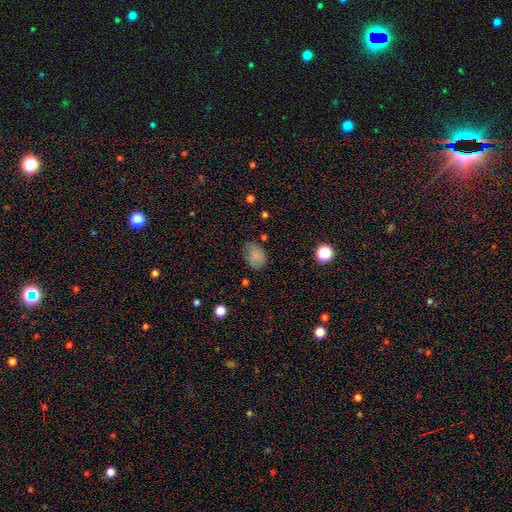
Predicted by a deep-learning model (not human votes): This is likely a smooth galaxy (78%). How rounded: likely in between (74%). Merging: likely none (63%).